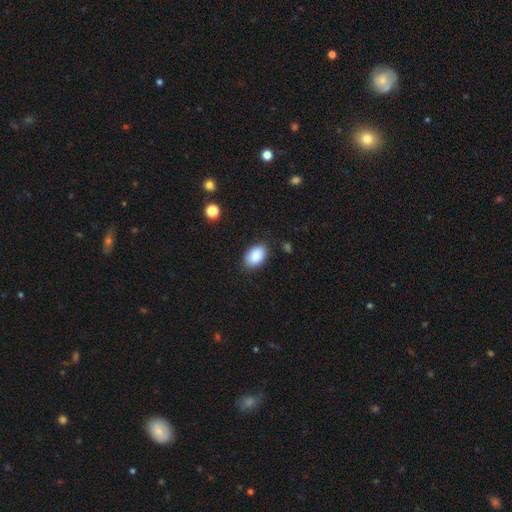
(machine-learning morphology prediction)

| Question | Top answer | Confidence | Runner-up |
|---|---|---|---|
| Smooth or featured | smooth | 88% | star or artifact (7%) |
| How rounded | in between | 88% | round (11%) |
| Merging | none | 85% | minor disturbance (11%) |